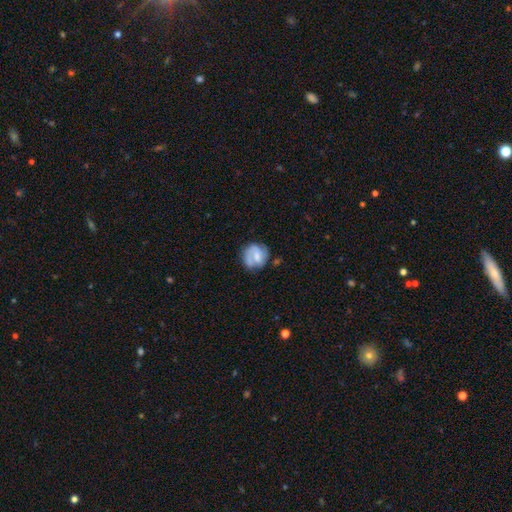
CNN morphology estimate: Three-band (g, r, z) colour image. It shows a featured or disk galaxy (51%). Merging: none (59%).